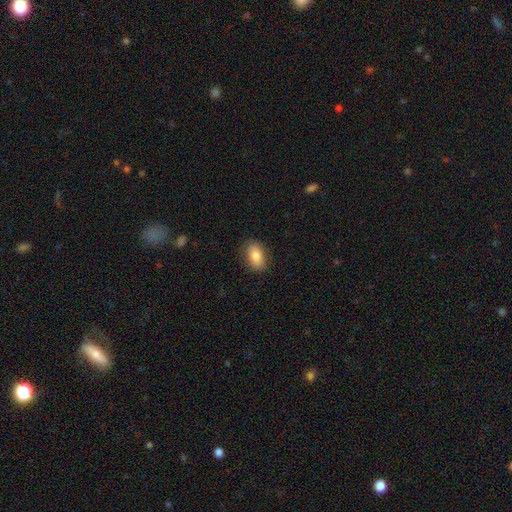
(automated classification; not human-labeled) A smooth galaxy with no disk features (82%) that is in between round and cigar-shaped (89%). Merging: none (84%).